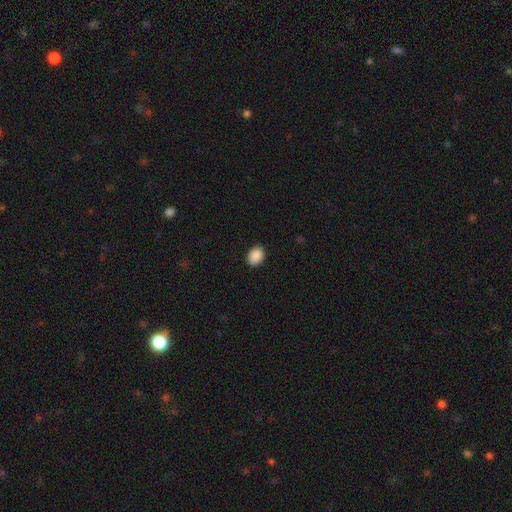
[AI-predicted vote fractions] Smooth or featured?
  - smooth: 90% *
  - star or artifact: 8%
  - featured or disk: 2%
How rounded?
  - in between: 69% *
  - round: 31%
  - cigar-shaped: 1%
Merging?
  - none: 89% *
  - minor disturbance: 8%
  - major disturbance: 2%
  - merger: 1%